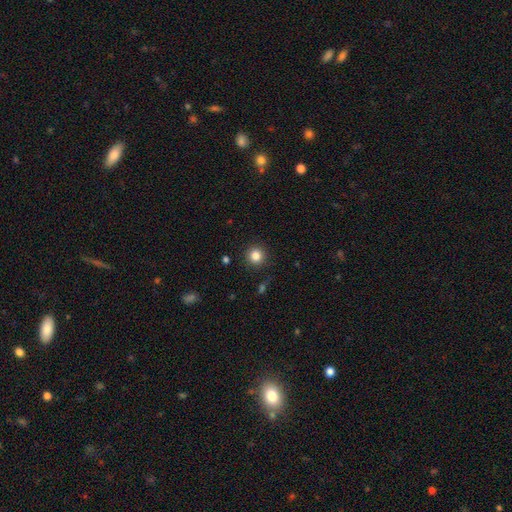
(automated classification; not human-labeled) Smooth or featured? smooth (84%)
How rounded? round (94%)
Merging? none (90%)